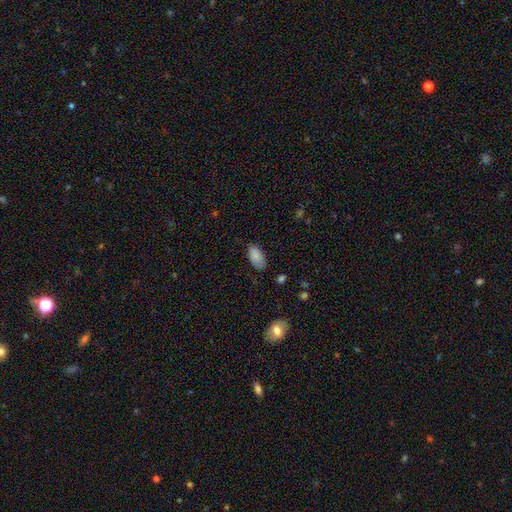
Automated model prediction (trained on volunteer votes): Smooth or featured? smooth (87%)
How rounded? in between (94%)
Merging? none (76%)